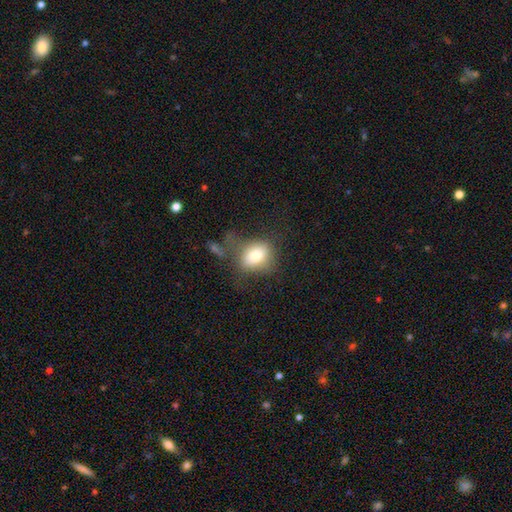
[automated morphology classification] Q: Smooth or featured?
A: smooth (74%); runner-up: featured or disk (16%)
Q: How rounded?
A: in between (57%); runner-up: round (42%)
Q: Merging?
A: none (52%); runner-up: minor disturbance (23%)